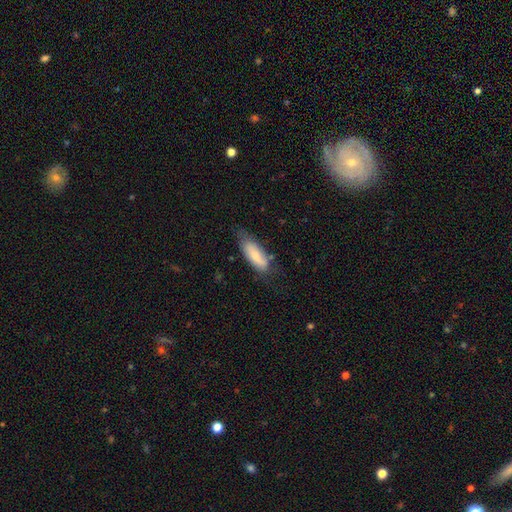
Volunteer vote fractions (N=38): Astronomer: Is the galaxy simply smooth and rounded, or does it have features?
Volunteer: smooth — 76%.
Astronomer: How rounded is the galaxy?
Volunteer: in between — 76%.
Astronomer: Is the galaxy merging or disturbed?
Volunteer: none — 49% (runner-up: minor disturbance, 31%).